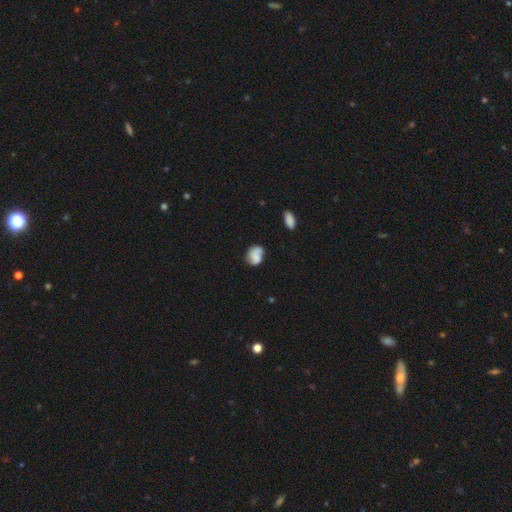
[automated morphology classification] Q: Smooth or featured?
A: smooth (63%); runner-up: featured or disk (28%)
Q: How rounded?
A: in between (54%); runner-up: round (45%)
Q: Merging?
A: none (51%); runner-up: minor disturbance (28%)